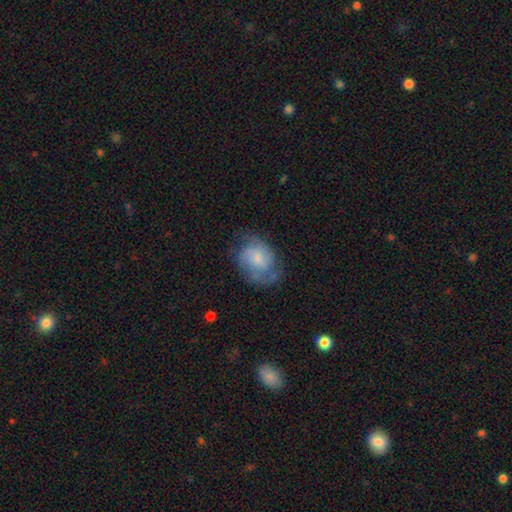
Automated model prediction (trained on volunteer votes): Smooth or featured: featured or disk — 55% (smooth — 38%)
Edge-on disk: no — 97% (yes — 3%)
Bar: no — 68% (weak — 28%)
Spiral arms: yes — 83% (no — 17%)
Bulge size: small — 44% (moderate — 31%)
Merging: none — 56% (minor disturbance — 26%)